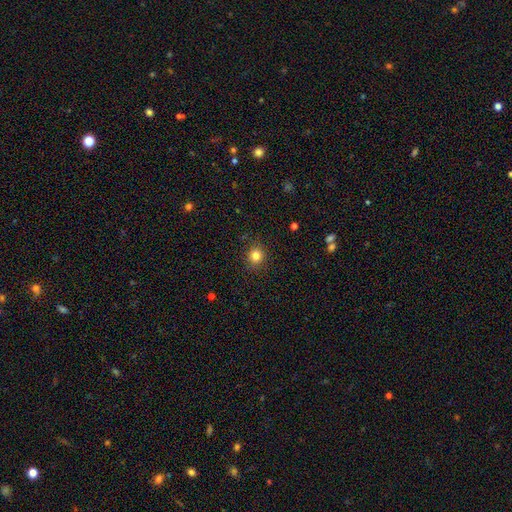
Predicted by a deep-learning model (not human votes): smooth-or-featured: smooth: 82% | star or artifact: 12% | featured or disk: 6%
  how-rounded: round: 88% | in between: 11% | cigar-shaped: 1%
  merging: none: 89% | minor disturbance: 7% | major disturbance: 2% | merger: 1%